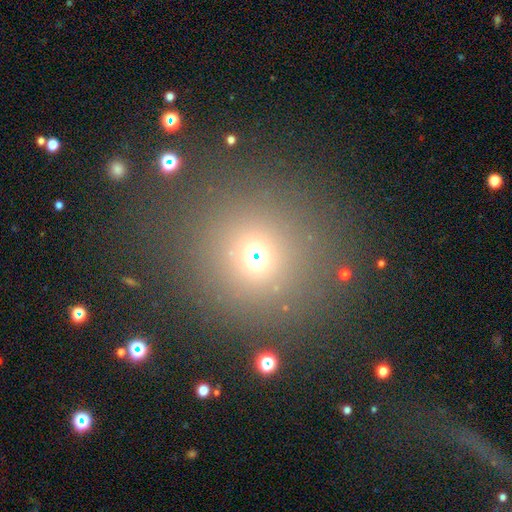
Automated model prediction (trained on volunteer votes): Smooth or featured? Predicted: smooth (p=0.55). How rounded? Predicted: round (p=0.89). Merging? Predicted: none (p=0.78).